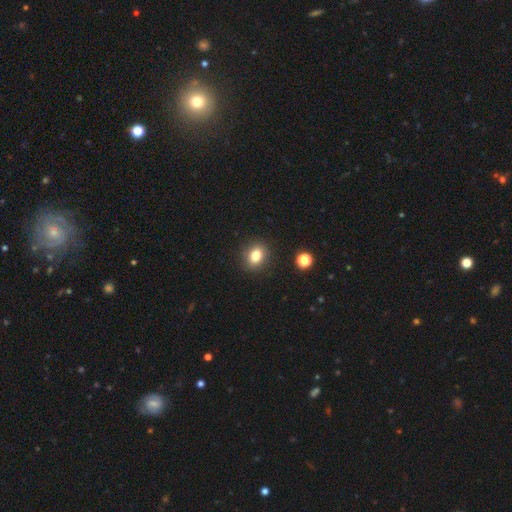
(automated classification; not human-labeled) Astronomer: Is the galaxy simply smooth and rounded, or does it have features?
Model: smooth — 81%.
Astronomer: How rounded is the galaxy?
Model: in between — 53% (runner-up: round, 46%).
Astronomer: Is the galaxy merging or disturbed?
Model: none — 89%.